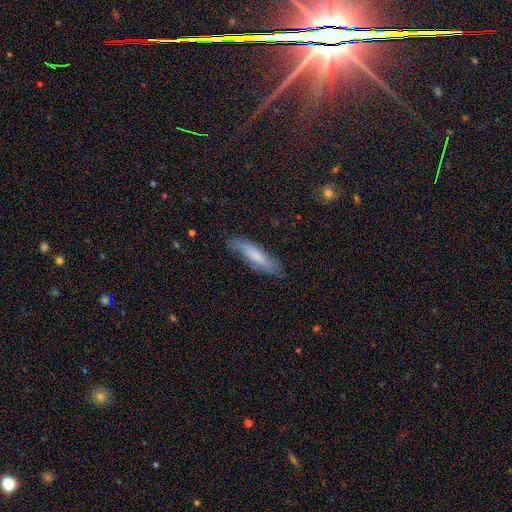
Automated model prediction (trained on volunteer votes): Q: Smooth or featured?
A: smooth (66%); runner-up: featured or disk (28%)
Q: How rounded?
A: cigar-shaped (74%); runner-up: in between (24%)
Q: Merging?
A: none (75%); runner-up: minor disturbance (20%)